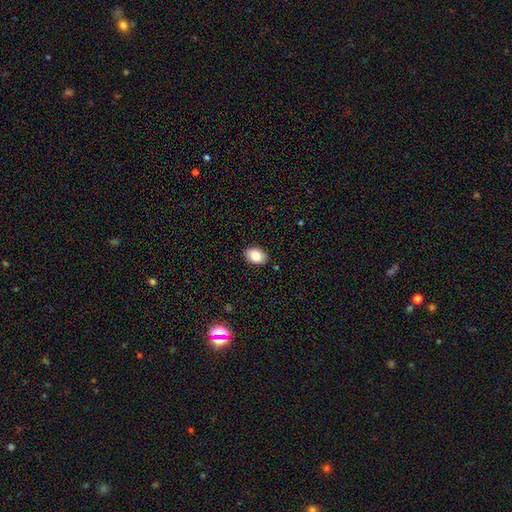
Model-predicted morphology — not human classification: Smooth or featured?
  - smooth: 82% *
  - featured or disk: 10%
  - star or artifact: 8%
How rounded?
  - in between: 87% *
  - round: 12%
  - cigar-shaped: 1%
Merging?
  - none: 89% *
  - minor disturbance: 8%
  - major disturbance: 2%
  - merger: 1%